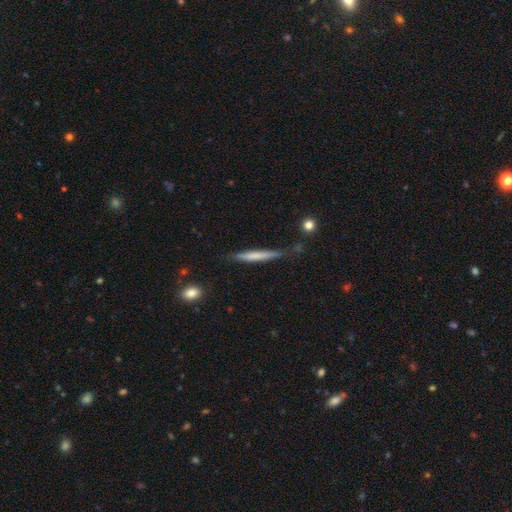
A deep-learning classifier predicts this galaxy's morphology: This appears to be a smooth galaxy with no disk features (59%) that is cigar-shaped (95%). Merging: none (75%).